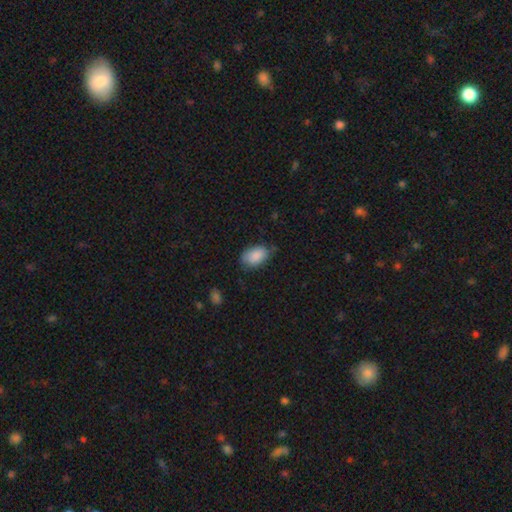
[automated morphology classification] Smooth or featured: smooth — 88% (star or artifact — 7%)
How rounded: in between — 89% (round — 9%)
Merging: none — 66% (minor disturbance — 26%)